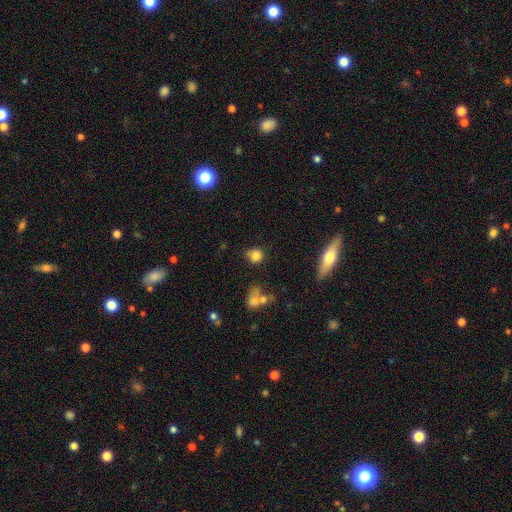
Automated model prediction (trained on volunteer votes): Morphology: type=smooth (81%); roundness=round (78%); merging=none (64%).